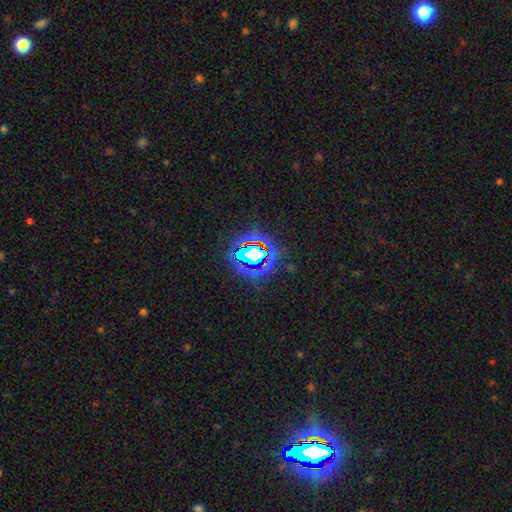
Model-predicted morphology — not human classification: The model was most divided on "smooth or featured": star or artifact: 71%, smooth: 17%, featured or disk: 12%.